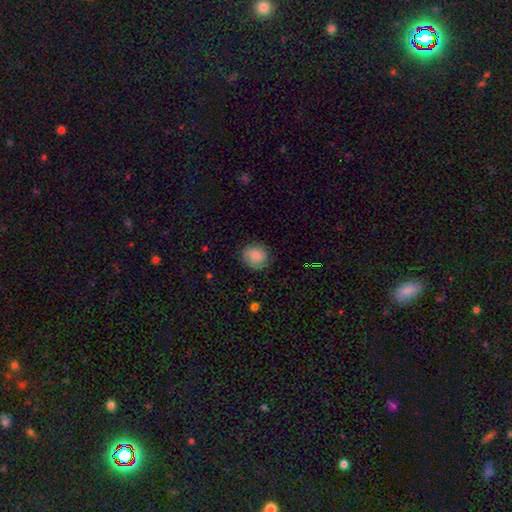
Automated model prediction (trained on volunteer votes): The model was most divided on "merging": none: 81%, minor disturbance: 14%, major disturbance: 3%, merger: 1%. More confident: how rounded — round (86%); smooth or featured — smooth (81%).